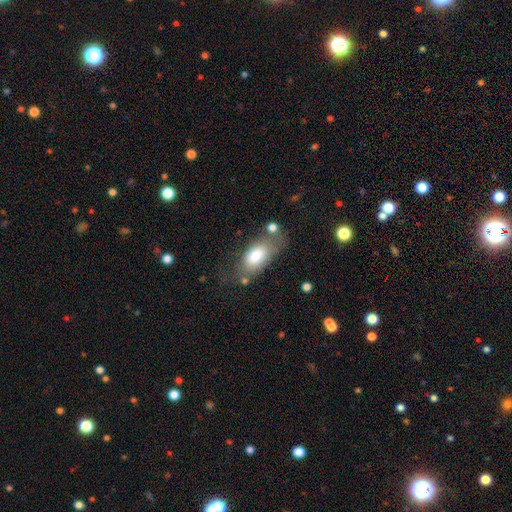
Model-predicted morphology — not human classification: smooth 76%, featured or disk 18%, star or artifact 7%. Down the decision tree: how rounded — in between (90%); merging — none (46%).